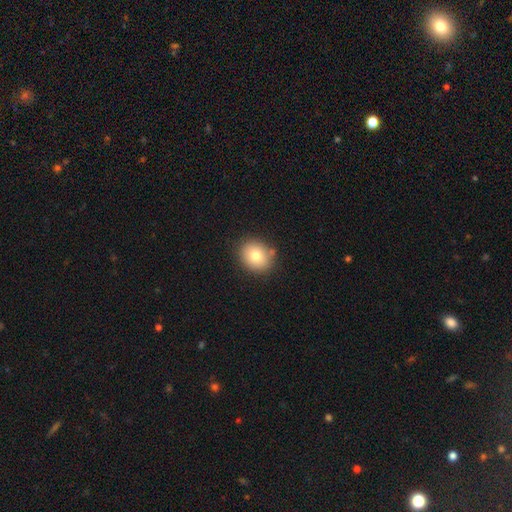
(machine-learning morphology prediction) Smooth or featured? smooth (77%)
How rounded? round (67%)
Merging? none (83%)